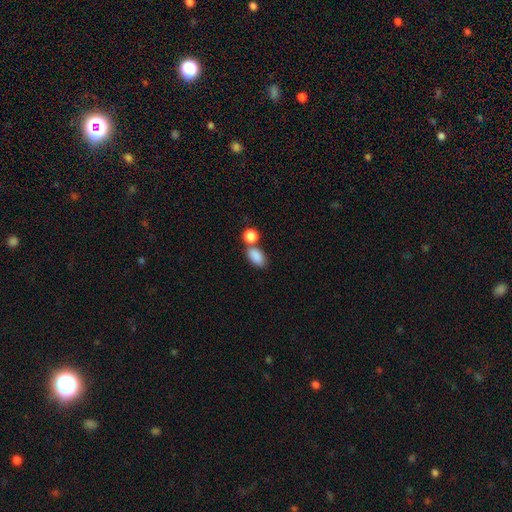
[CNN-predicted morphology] Smooth or featured? Predicted: smooth (p=0.86). How rounded? Predicted: in between (p=0.88). Merging? Predicted: none (p=0.47).